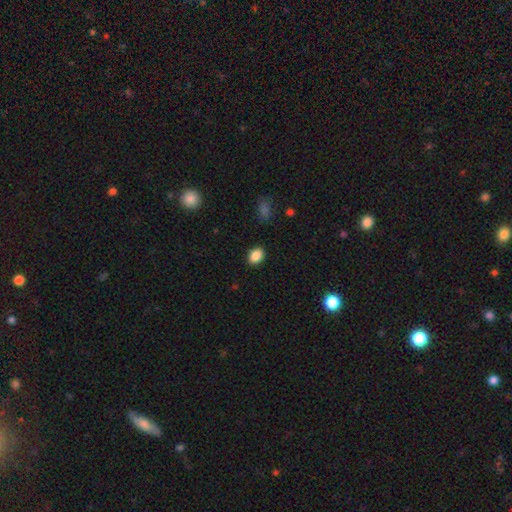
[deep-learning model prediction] smooth_or_featured: smooth (p=0.88) [alt: star or artifact p=0.09]
how_rounded: in between (p=0.70) [alt: round p=0.29]
merging: none (p=0.89) [alt: minor disturbance p=0.08]